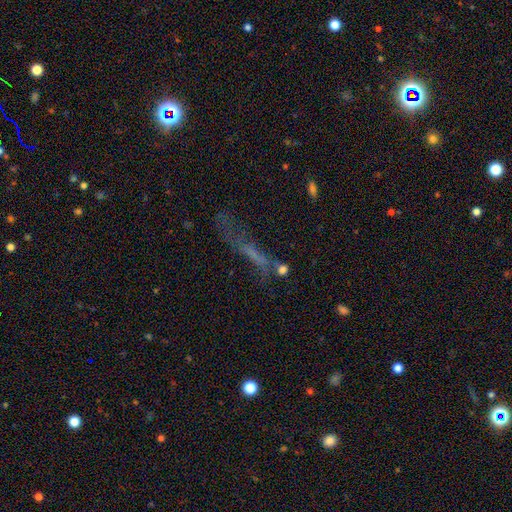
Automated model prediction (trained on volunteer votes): Morphology: type=featured or disk (35%); merging=none (48%).